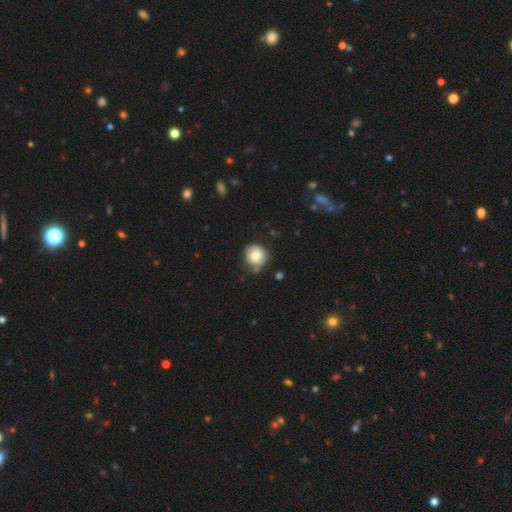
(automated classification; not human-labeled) smooth-or-featured: smooth: 80% | featured or disk: 11% | star or artifact: 9%
  how-rounded: round: 91% | in between: 8% | cigar-shaped: 1%
  merging: none: 65% | minor disturbance: 24% | major disturbance: 6% | merger: 5%